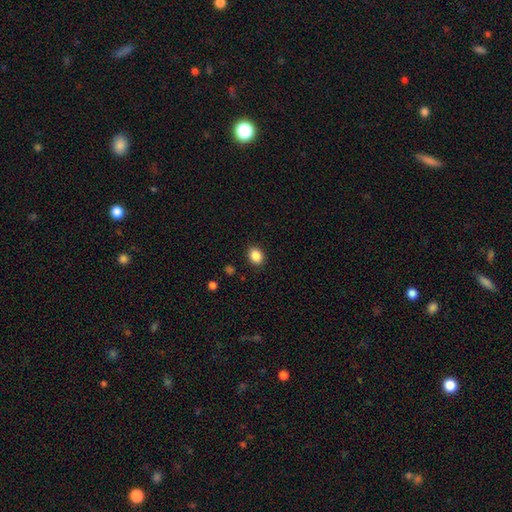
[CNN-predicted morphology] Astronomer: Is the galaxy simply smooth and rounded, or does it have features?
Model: smooth — 87%.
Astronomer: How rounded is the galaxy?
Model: in between — 51% (runner-up: round, 48%).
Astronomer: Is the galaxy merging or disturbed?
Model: none — 89%.